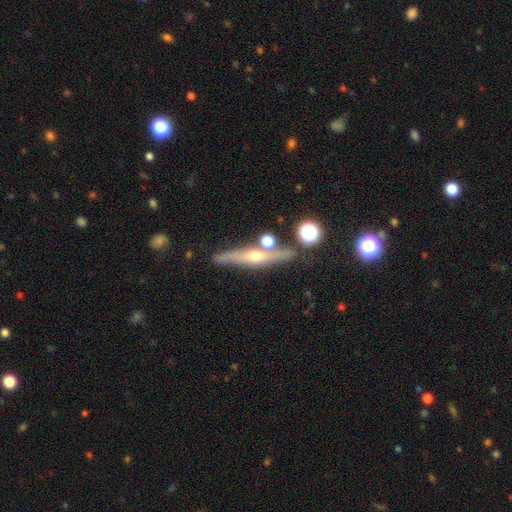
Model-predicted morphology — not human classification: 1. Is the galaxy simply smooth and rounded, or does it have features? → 73% featured or disk, 19% smooth, 8% star or artifact.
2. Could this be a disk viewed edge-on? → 95% yes, 5% no.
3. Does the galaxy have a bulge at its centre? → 89% rounded, 7% none, 4% boxy.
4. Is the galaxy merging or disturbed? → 76% none, 11% minor disturbance, 10% merger, 3% major disturbance.